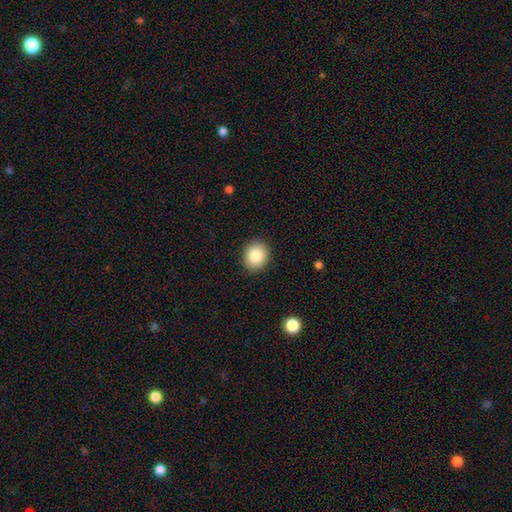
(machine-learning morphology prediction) The model was most divided on "how rounded": round: 71%, in between: 28%, cigar-shaped: 1%. More confident: merging — none (91%); smooth or featured — smooth (84%).